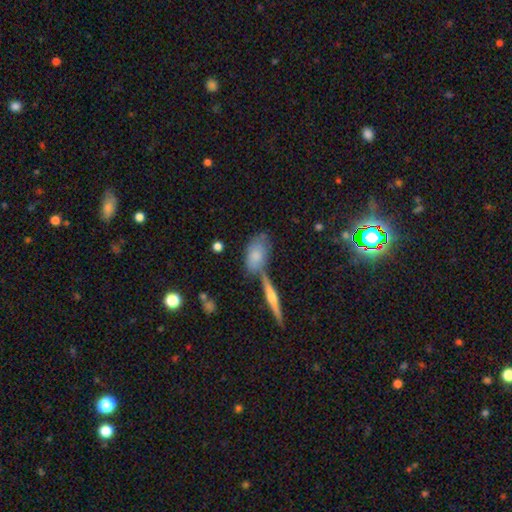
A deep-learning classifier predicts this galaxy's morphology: Overall: smooth (70%). How rounded: in between (86%). Merging: none (49%; merger 26%).